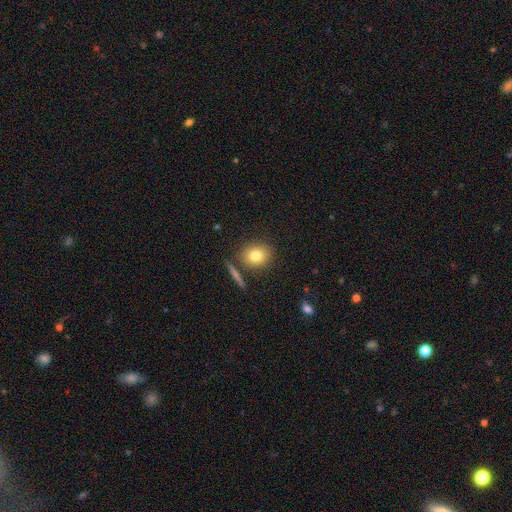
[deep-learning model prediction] Smooth or featured?
  - smooth: 79% *
  - featured or disk: 12%
  - star or artifact: 10%
How rounded?
  - round: 67% *
  - in between: 31%
  - cigar-shaped: 2%
Merging?
  - none: 79% *
  - minor disturbance: 10%
  - merger: 8%
  - major disturbance: 3%